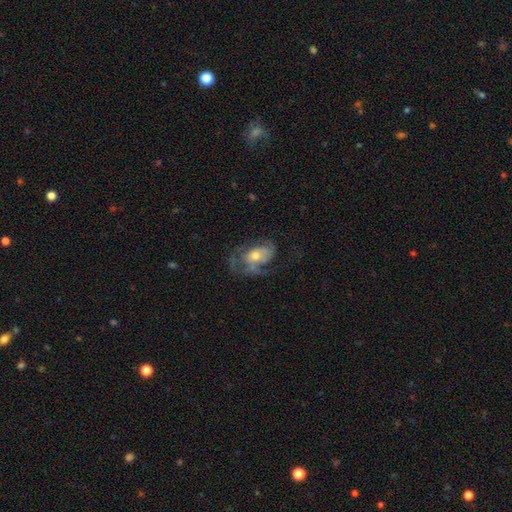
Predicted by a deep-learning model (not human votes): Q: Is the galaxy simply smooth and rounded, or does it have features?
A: featured or disk — 68%.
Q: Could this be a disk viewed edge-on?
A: no — 96%.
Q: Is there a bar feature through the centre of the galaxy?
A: no — 75%.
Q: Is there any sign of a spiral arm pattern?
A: yes — 78%.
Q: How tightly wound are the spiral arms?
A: medium — 42%.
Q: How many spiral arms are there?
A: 2 — 39%.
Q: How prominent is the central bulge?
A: moderate — 59%.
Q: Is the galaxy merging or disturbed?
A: none — 46%.